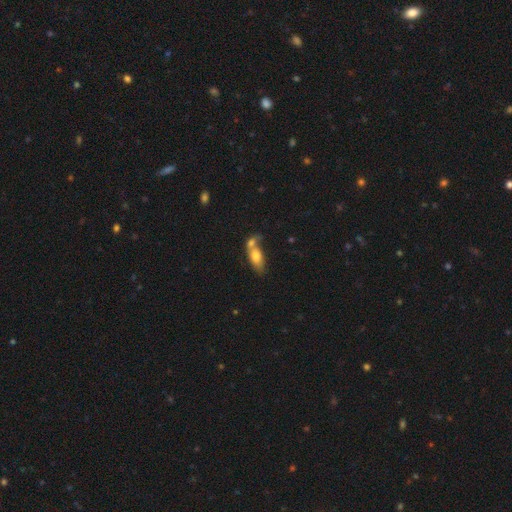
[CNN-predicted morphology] Smooth or featured: smooth — 73% (featured or disk — 20%)
How rounded: in between — 82% (cigar-shaped — 12%)
Merging: merger — 56% (none — 26%)